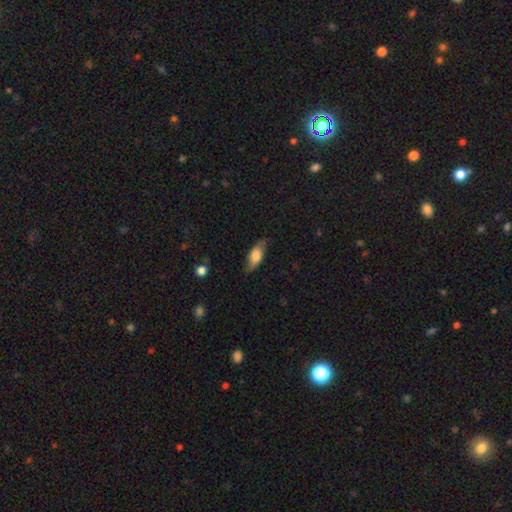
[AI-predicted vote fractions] Smooth or featured? smooth (68%)
How rounded? in between (74%)
Merging? none (77%)